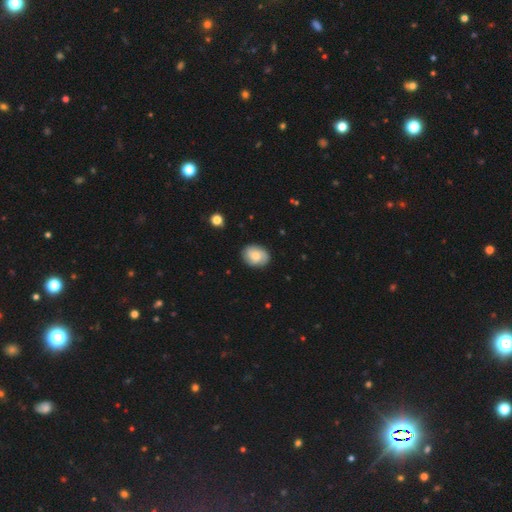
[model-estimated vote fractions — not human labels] This is possibly a smooth galaxy (52%). How rounded: possibly in between (59%). Merging: clearly none (82%).